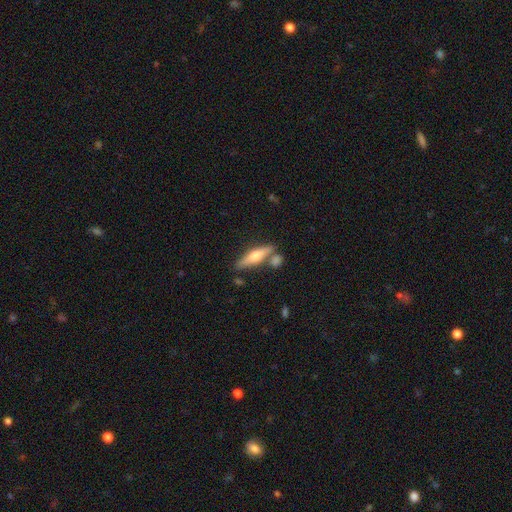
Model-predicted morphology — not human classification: Smooth or featured? Predicted: featured or disk (p=0.54). Edge-on disk? Predicted: yes (p=0.95). Edge-on bulge? Predicted: rounded (p=0.91). Merging? Predicted: none (p=0.72).